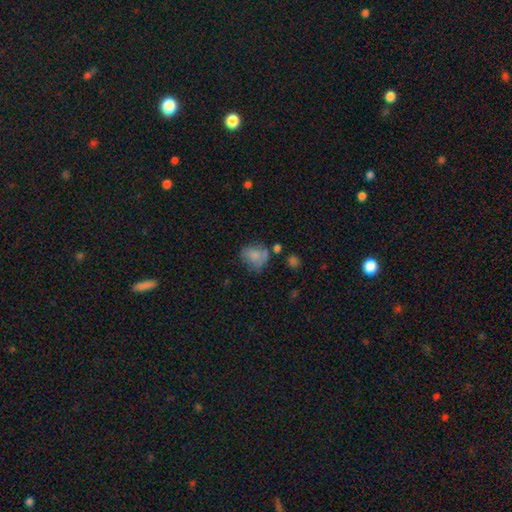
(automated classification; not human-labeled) Smooth or featured? smooth (74%)
How rounded? round (57%)
Merging? none (46%)